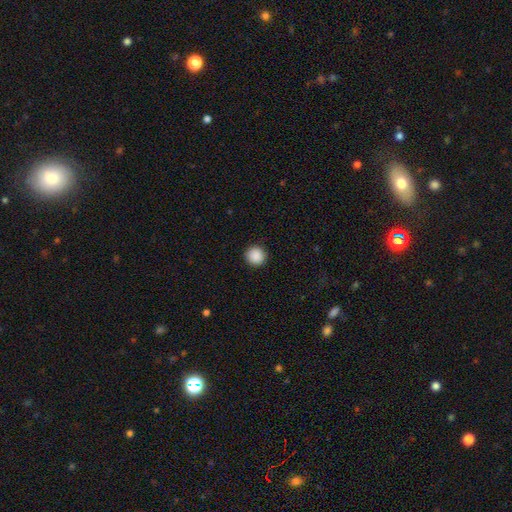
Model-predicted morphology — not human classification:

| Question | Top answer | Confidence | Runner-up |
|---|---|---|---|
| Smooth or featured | smooth | 90% | star or artifact (8%) |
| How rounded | round | 95% | in between (4%) |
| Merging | none | 93% | minor disturbance (5%) |